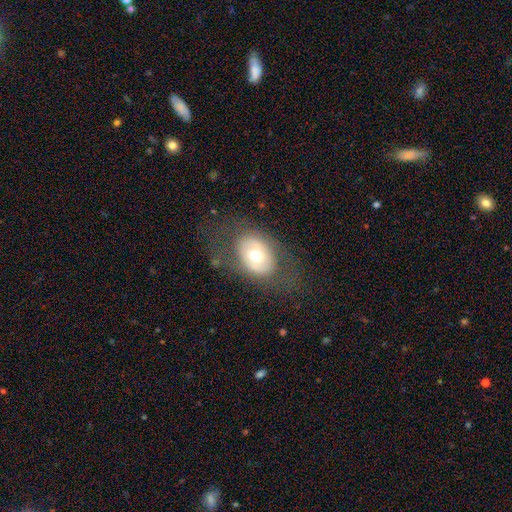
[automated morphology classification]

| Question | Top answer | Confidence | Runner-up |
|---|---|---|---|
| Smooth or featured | smooth | 51% | featured or disk (41%) |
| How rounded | in between | 74% | round (25%) |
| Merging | none | 72% | minor disturbance (15%) |